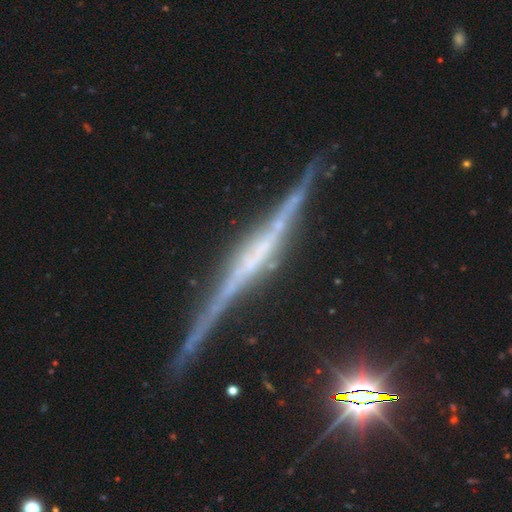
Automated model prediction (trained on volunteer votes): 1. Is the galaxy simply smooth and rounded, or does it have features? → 85% featured or disk, 9% star or artifact, 6% smooth.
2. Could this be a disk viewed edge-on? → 98% yes, 2% no.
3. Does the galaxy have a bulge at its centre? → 43% boxy, 30% rounded, 27% none.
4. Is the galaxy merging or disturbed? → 85% none, 11% minor disturbance, 3% major disturbance, 2% merger.